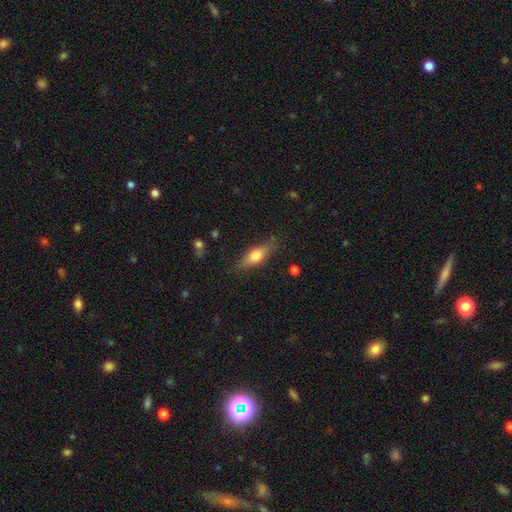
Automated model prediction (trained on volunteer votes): Overall: smooth (57%; featured or disk 36%). How rounded: in between (55%; cigar-shaped 40%). Merging: none (79%).